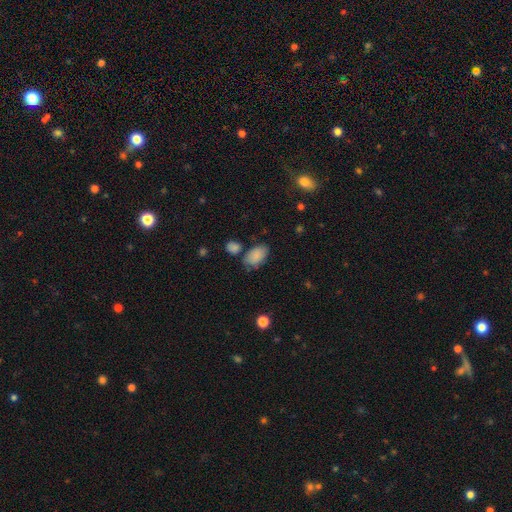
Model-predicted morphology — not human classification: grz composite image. It shows a smooth galaxy with no disk features (85%) that is in between round and cigar-shaped (92%). Merging: none (65%).